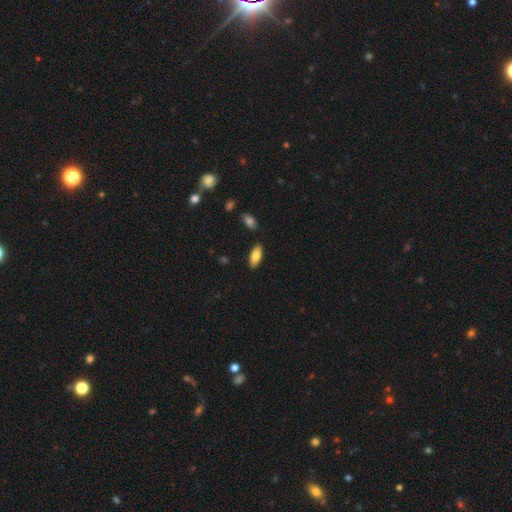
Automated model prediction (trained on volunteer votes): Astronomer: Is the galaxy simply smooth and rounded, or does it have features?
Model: smooth — 82%.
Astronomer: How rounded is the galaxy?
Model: in between — 85%.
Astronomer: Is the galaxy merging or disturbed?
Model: none — 86%.